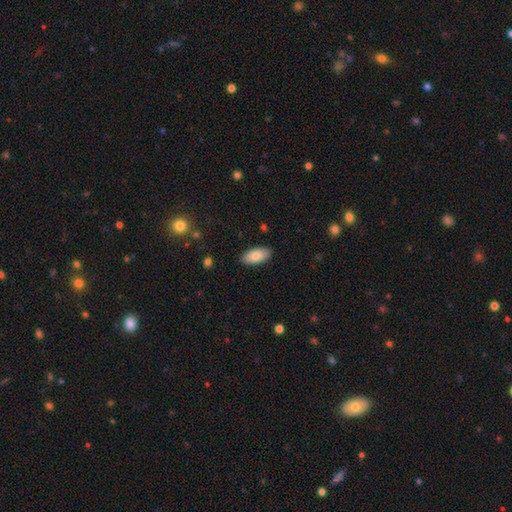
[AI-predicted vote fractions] smooth-or-featured: smooth: 83% | featured or disk: 11% | star or artifact: 6%
  how-rounded: in between: 91% | cigar-shaped: 6% | round: 2%
  merging: none: 89% | minor disturbance: 8% | major disturbance: 2% | merger: 1%